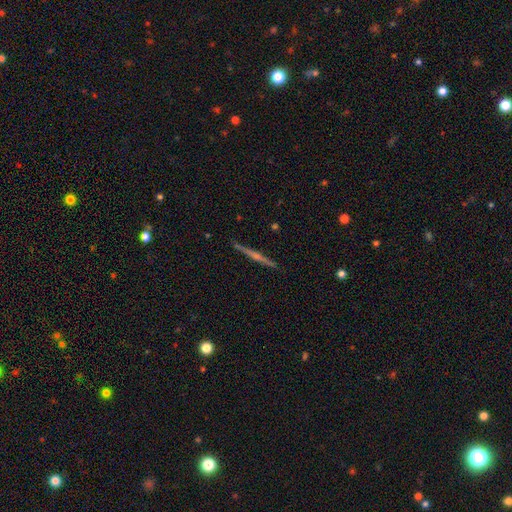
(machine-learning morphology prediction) Smooth or featured? Predicted: featured or disk (p=0.76). Edge-on disk? Predicted: yes (p=0.98). Edge-on bulge? Predicted: rounded (p=0.66). Merging? Predicted: none (p=0.92).